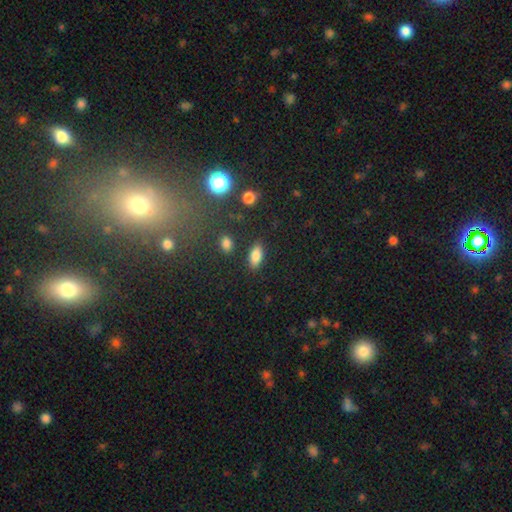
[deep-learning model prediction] The model was most divided on "merging": none: 85%, minor disturbance: 10%, major disturbance: 3%, merger: 3%. More confident: how rounded — in between (88%); smooth or featured — smooth (85%).